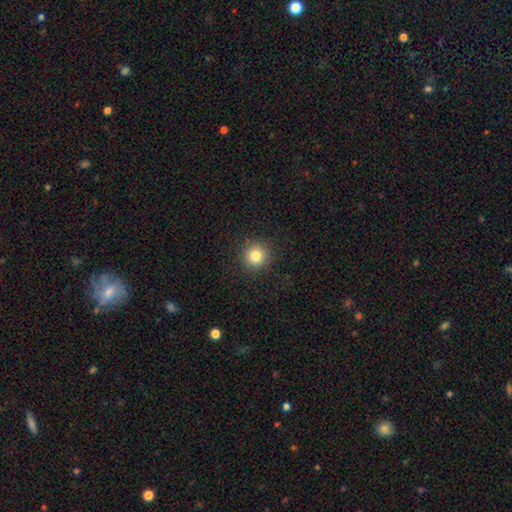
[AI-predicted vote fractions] This appears to be a smooth galaxy with no disk features (81%) that is round (93%). Merging: none (91%).